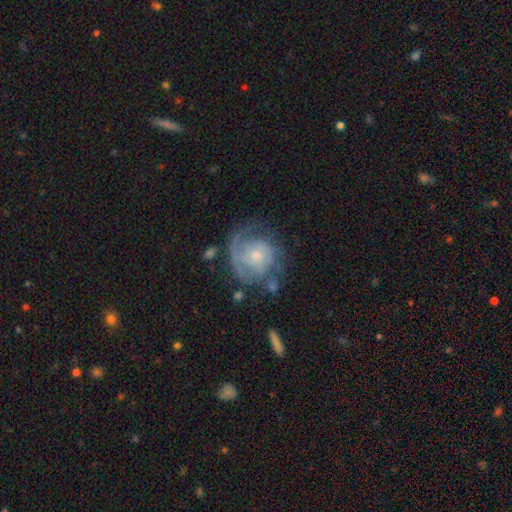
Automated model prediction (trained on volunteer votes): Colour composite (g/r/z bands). It shows a featured or disk galaxy (77%) with no bar (72%), 2 (34%) tight (52%) spiral arms (89%) and a small central bulge (59%). Merging: none (53%).